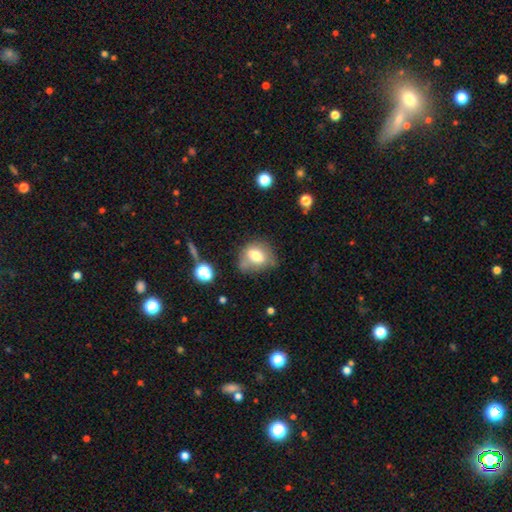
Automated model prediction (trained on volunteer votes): A smooth galaxy with no disk features (71%) that is in between round and cigar-shaped (50%). Merging: none (52%).